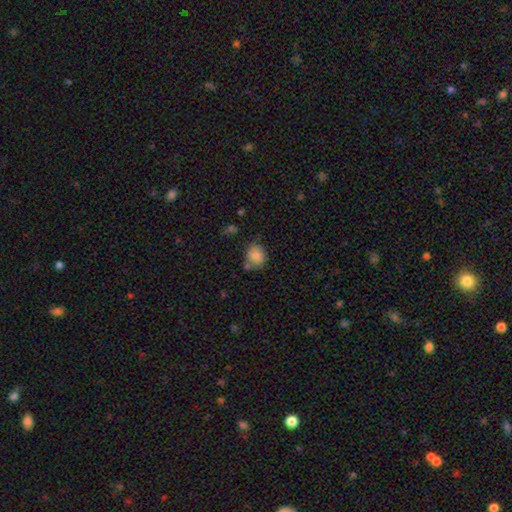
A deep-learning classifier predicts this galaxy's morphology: smooth_or_featured: smooth (p=0.86) [alt: star or artifact p=0.09]
how_rounded: round (p=0.69) [alt: in between p=0.30]
merging: none (p=0.67) [alt: minor disturbance p=0.16]